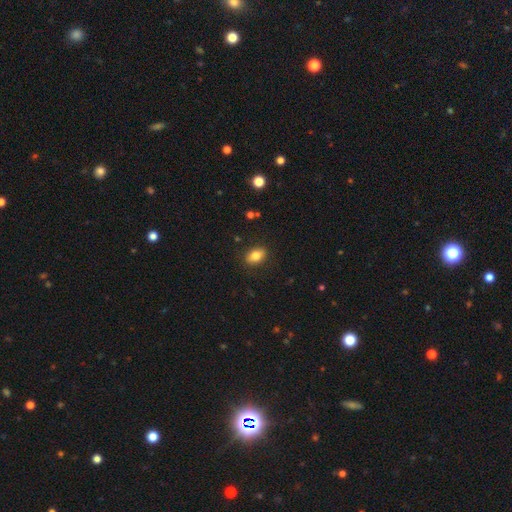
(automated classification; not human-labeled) This is clearly a smooth galaxy (83%). How rounded: clearly in between (81%). Merging: clearly none (87%).